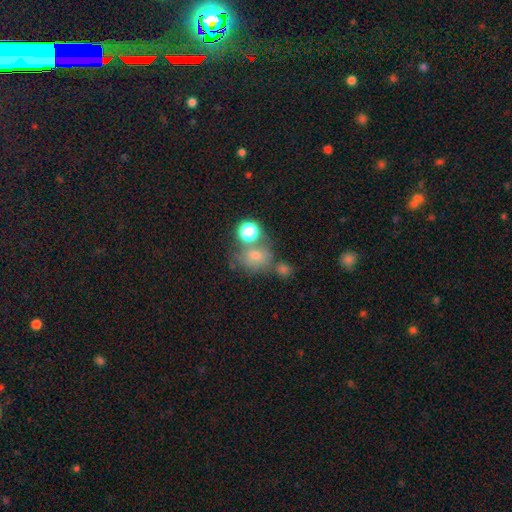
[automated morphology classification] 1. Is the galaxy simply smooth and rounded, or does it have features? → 65% smooth, 19% star or artifact, 16% featured or disk.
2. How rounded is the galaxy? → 73% round, 26% in between, 1% cigar-shaped.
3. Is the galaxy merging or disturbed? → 49% none, 29% merger, 14% minor disturbance, 8% major disturbance.